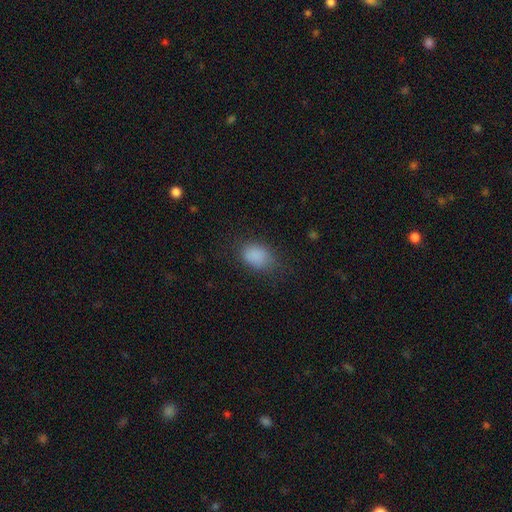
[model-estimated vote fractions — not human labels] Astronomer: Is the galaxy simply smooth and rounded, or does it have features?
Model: smooth — 85%.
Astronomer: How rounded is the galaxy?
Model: in between — 81%.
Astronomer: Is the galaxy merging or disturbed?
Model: none — 69%.